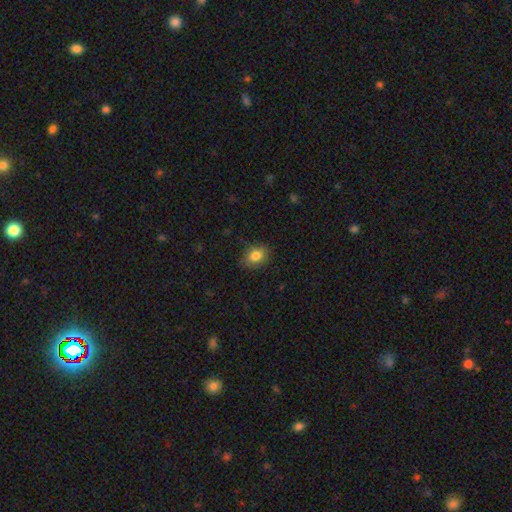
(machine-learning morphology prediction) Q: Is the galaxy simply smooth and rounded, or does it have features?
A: smooth — 82%.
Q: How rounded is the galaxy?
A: in between — 65%.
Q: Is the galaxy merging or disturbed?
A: none — 84%.